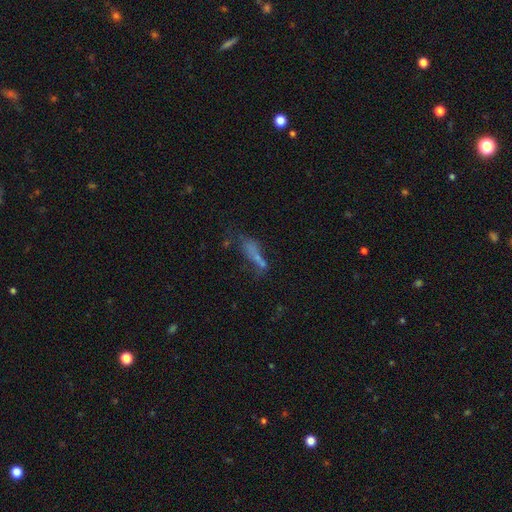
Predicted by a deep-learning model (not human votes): A smooth galaxy with no disk features (50%).

Vote fractions:
- Smooth or featured? smooth: 50% / featured or disk: 30% / star or artifact: 21%
- Merging? none: 33% / merger: 27% / major disturbance: 23% / minor disturbance: 17%